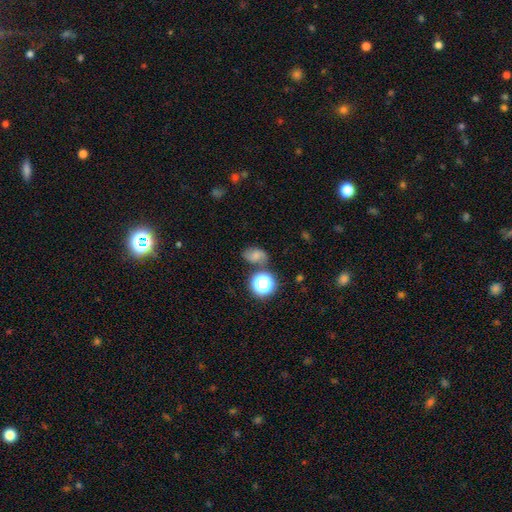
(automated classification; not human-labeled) Overall: smooth (49%; featured or disk 32%). Merging: none (65%).